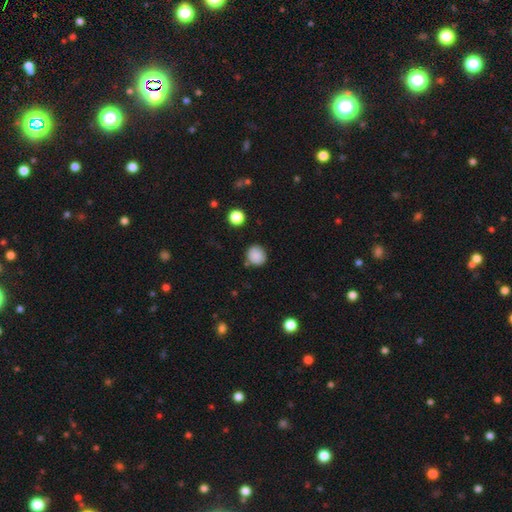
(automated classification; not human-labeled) Q: Smooth or featured?
A: smooth (87%); runner-up: star or artifact (10%)
Q: How rounded?
A: round (83%); runner-up: in between (16%)
Q: Merging?
A: none (81%); runner-up: minor disturbance (12%)